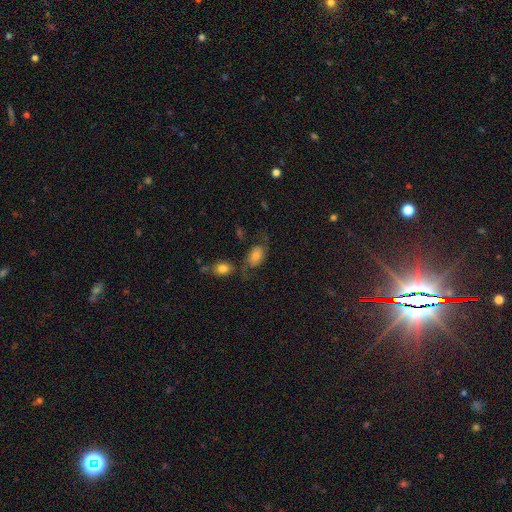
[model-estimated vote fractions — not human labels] smooth_or_featured: smooth (p=0.56) [alt: featured or disk p=0.33]
how_rounded: in between (p=0.84) [alt: round p=0.14]
merging: none (p=0.49) [alt: minor disturbance p=0.22]